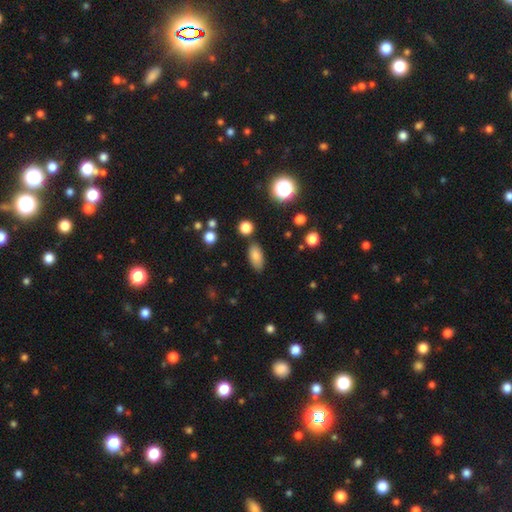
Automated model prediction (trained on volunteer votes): Smooth or featured? smooth (81%)
How rounded? in between (88%)
Merging? none (78%)